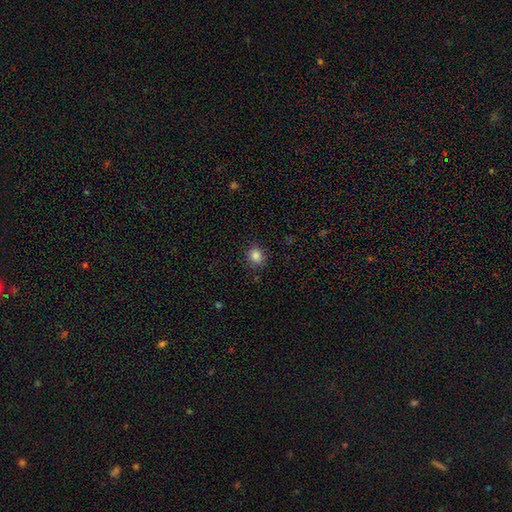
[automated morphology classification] This appears to be a smooth galaxy with no disk features (85%) that is round (70%). Merging: none (86%).